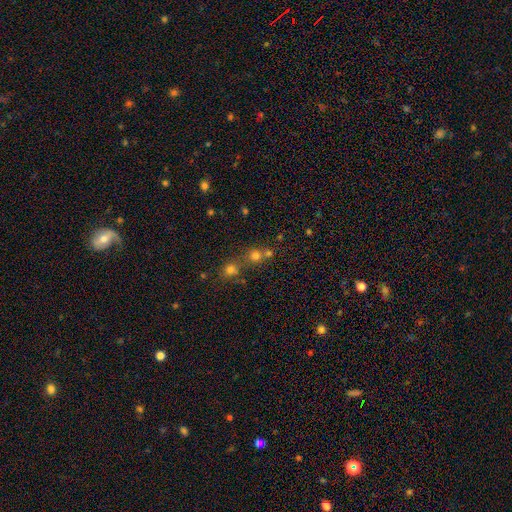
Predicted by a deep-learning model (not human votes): smooth-or-featured: smooth: 59% | star or artifact: 30% | featured or disk: 10%
  how-rounded: round: 87% | in between: 12% | cigar-shaped: 1%
  merging: none: 54% | merger: 37% | minor disturbance: 6% | major disturbance: 3%